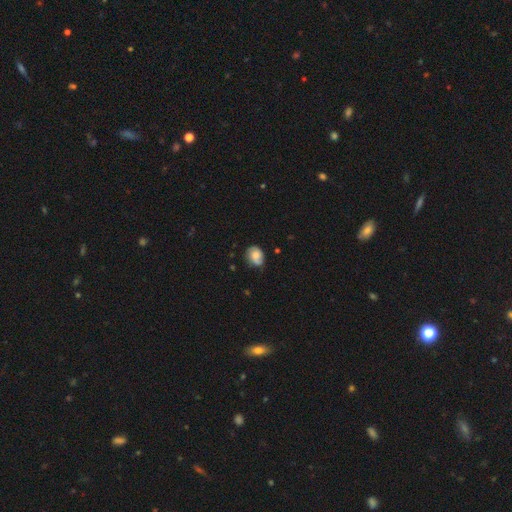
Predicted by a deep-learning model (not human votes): A smooth galaxy with no disk features (56%) that is round (50%).

Vote fractions:
- Smooth or featured? smooth: 56% / featured or disk: 35% / star or artifact: 9%
- How rounded? round: 50% / in between: 49% / cigar-shaped: 1%
- Merging? none: 63% / minor disturbance: 28% / major disturbance: 7% / merger: 2%